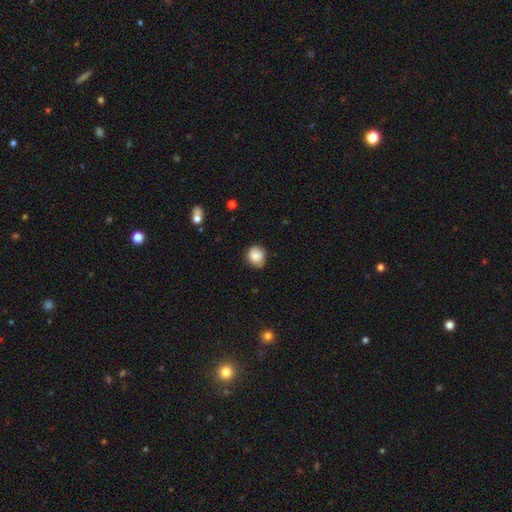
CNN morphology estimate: Smooth or featured? smooth (84%)
How rounded? round (78%)
Merging? none (72%)